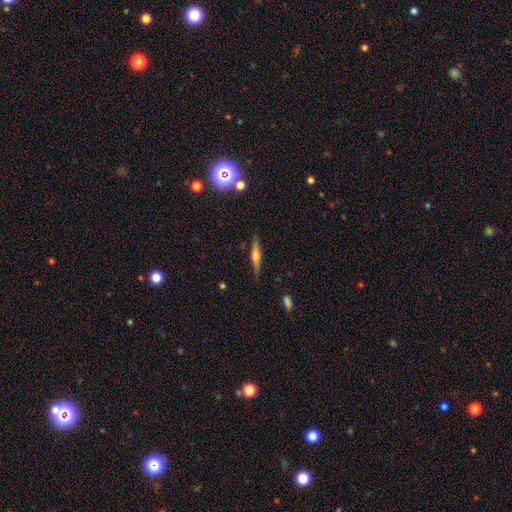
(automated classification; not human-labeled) Overall: featured or disk (57%; smooth 35%). Edge-on disk: yes (96%). Edge-on bulge: rounded (81%). Merging: none (87%).